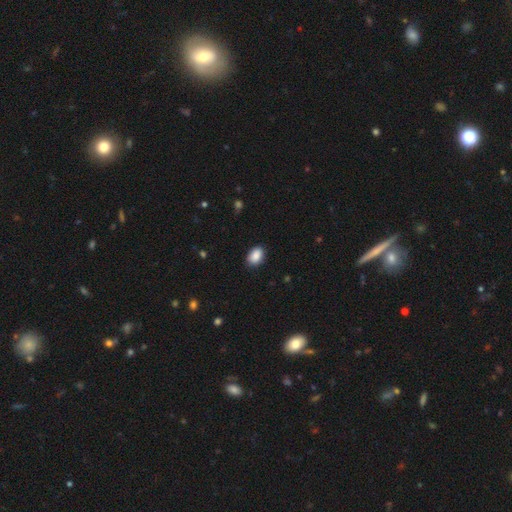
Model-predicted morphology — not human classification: The model was most divided on "merging": none: 85%, minor disturbance: 12%, major disturbance: 2%, merger: 1%. More confident: smooth or featured — smooth (89%); how rounded — in between (87%).